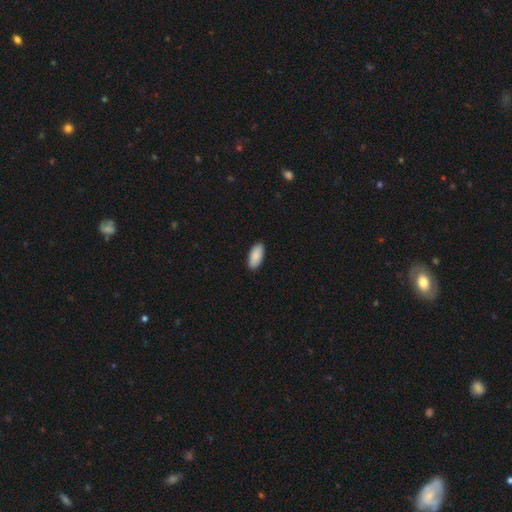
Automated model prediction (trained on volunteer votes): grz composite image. It shows a smooth galaxy with no disk features (89%) that is in between round and cigar-shaped (91%). Merging: none (89%).